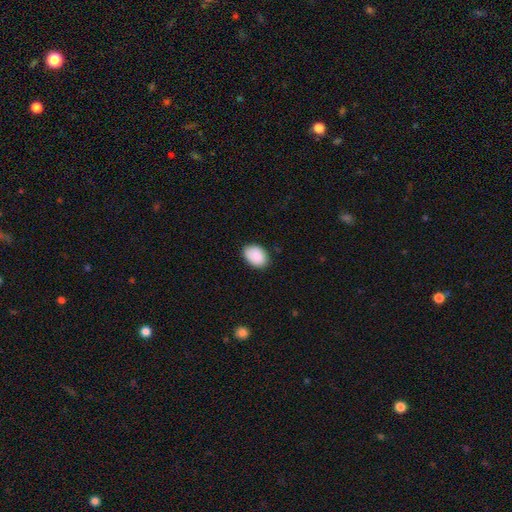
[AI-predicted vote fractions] The model was most divided on "how rounded": in between: 79%, round: 20%, cigar-shaped: 1%. More confident: smooth or featured — smooth (86%); merging — none (80%).